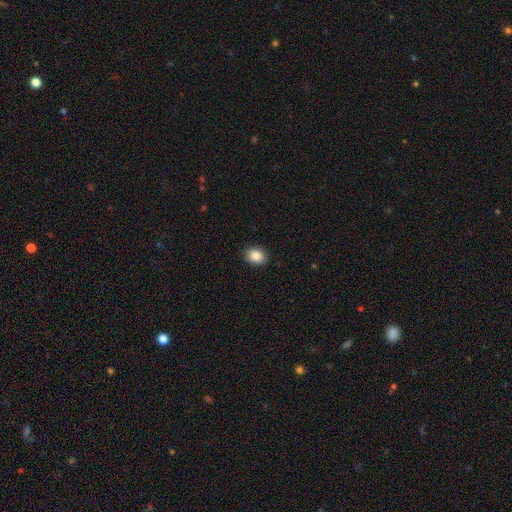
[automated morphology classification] A smooth galaxy with no disk features (86%) that is round (56%).

Vote fractions:
- Smooth or featured? smooth: 86% / star or artifact: 9% / featured or disk: 5%
- How rounded? round: 56% / in between: 43% / cigar-shaped: 1%
- Merging? none: 91% / minor disturbance: 6% / major disturbance: 2% / merger: 1%